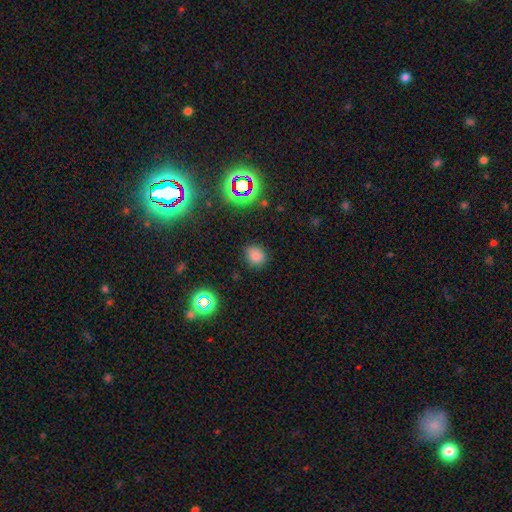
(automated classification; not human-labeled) Overall: smooth (76%). How rounded: round (65%; in between 34%). Merging: none (82%).